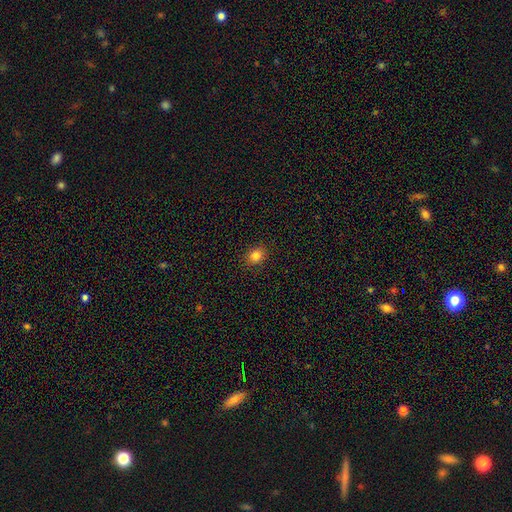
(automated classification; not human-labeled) Smooth or featured? Predicted: smooth (p=0.82). How rounded? Predicted: round (p=0.62). Merging? Predicted: none (p=0.90).